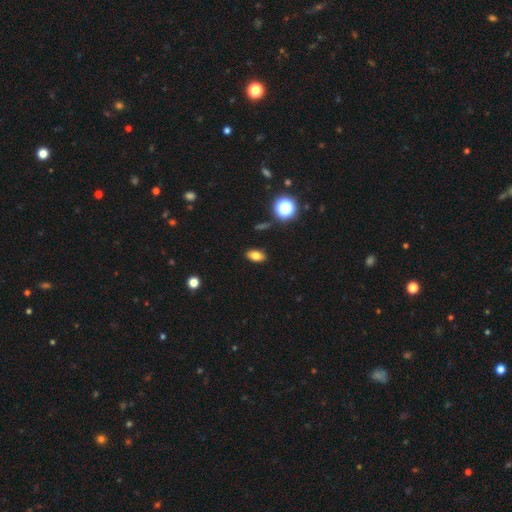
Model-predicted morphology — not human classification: smooth 77%, star or artifact 13%, featured or disk 11%. Down the decision tree: how rounded — in between (87%); merging — none (89%).